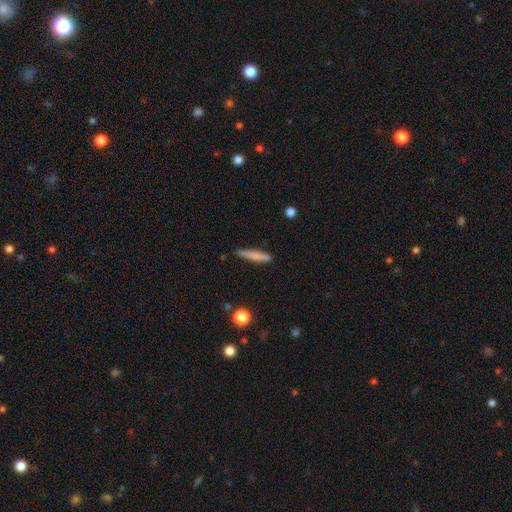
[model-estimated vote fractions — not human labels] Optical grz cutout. It shows a smooth galaxy with no disk features (73%) that is cigar-shaped (92%). Merging: none (83%).